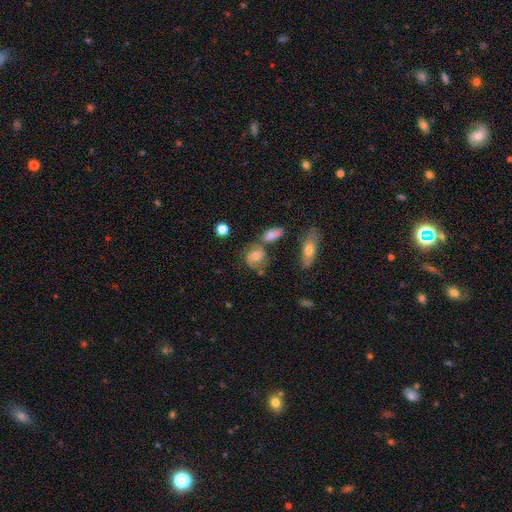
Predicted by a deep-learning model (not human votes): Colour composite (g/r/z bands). It shows a featured or disk galaxy (60%) with no bar (68%), spiral arms (85%) and a moderate central bulge (61%). Merging: none (53%).